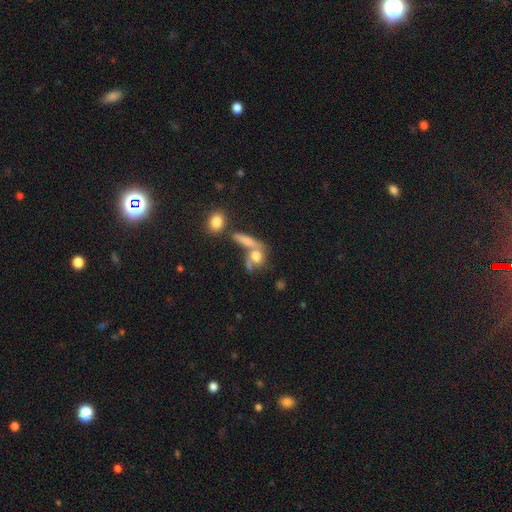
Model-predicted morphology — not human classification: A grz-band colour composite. It shows a smooth galaxy with no disk features (64%) that is round (47%). Merging: merger (41%).